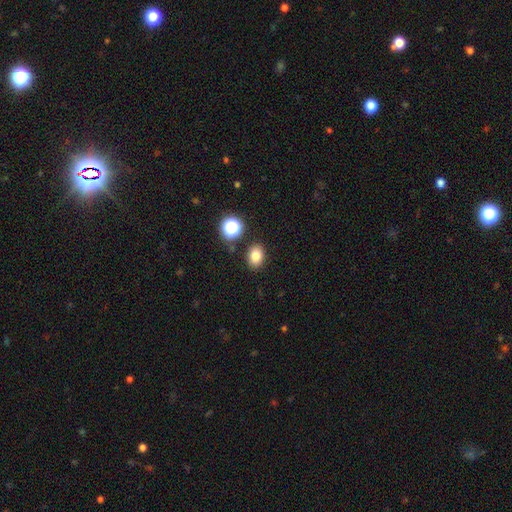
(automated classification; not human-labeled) A smooth galaxy with no disk features (80%) that is in between round and cigar-shaped (62%). Merging: none (85%).